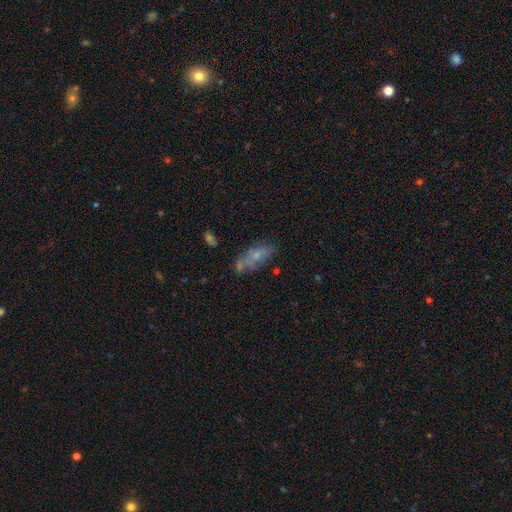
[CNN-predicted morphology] This is possibly a smooth galaxy (59%). How rounded: likely in between (76%). Merging: possibly none (51%).